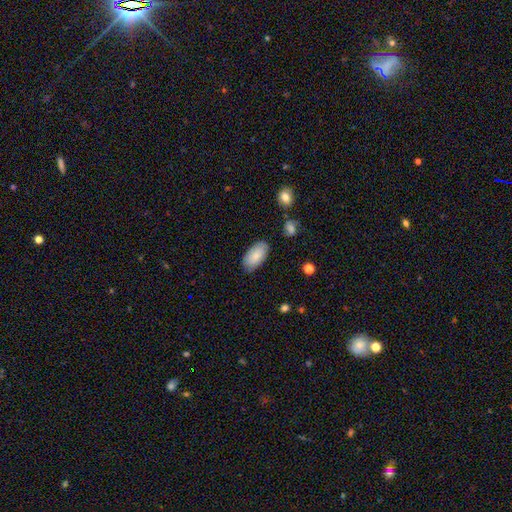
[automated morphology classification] smooth_or_featured: smooth (p=0.79) [alt: featured or disk p=0.14]
how_rounded: in between (p=0.95) [alt: cigar-shaped p=0.03]
merging: none (p=0.81) [alt: minor disturbance p=0.14]